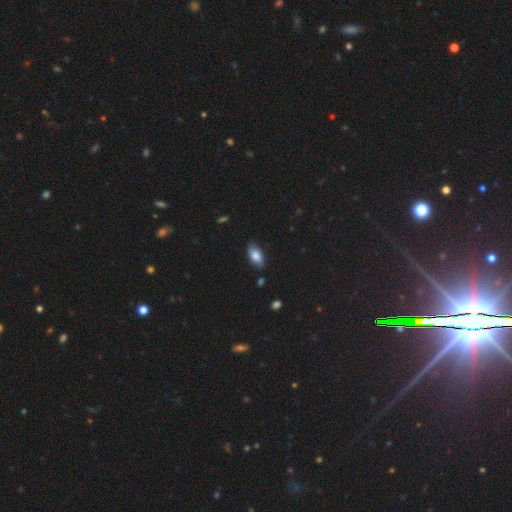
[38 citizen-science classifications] Morphology: type=smooth (82%); roundness=in between (100%); merging=none (84%).